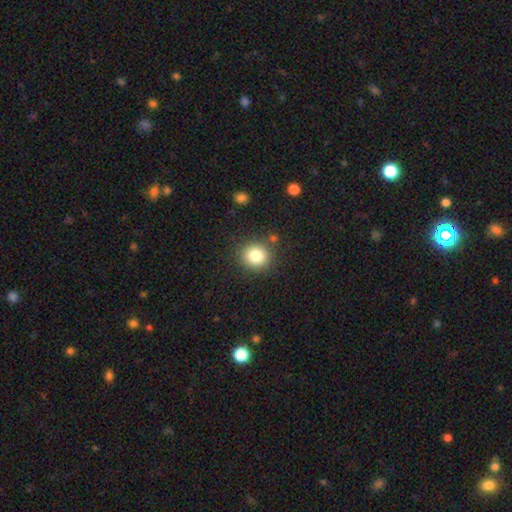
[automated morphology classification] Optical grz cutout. It shows a smooth galaxy with no disk features (82%) that is round (86%). Merging: none (85%).